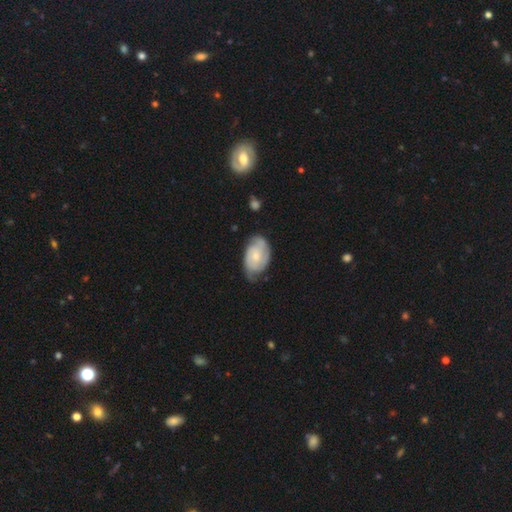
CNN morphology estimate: A featured or disk galaxy (65%) with no bar (69%), 2 (49%) tight (50%) spiral arms (91%) and a small central bulge (53%). Merging: none (60%).